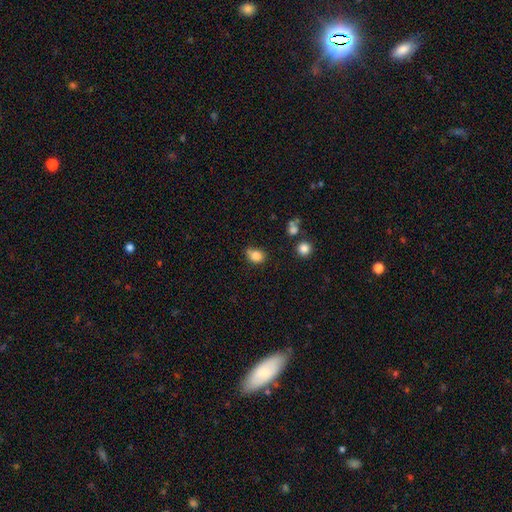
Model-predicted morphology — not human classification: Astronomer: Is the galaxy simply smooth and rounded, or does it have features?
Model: smooth — 83%.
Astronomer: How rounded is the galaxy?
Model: in between — 50% (runner-up: round, 49%).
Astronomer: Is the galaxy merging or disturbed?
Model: none — 55% (runner-up: minor disturbance, 31%).